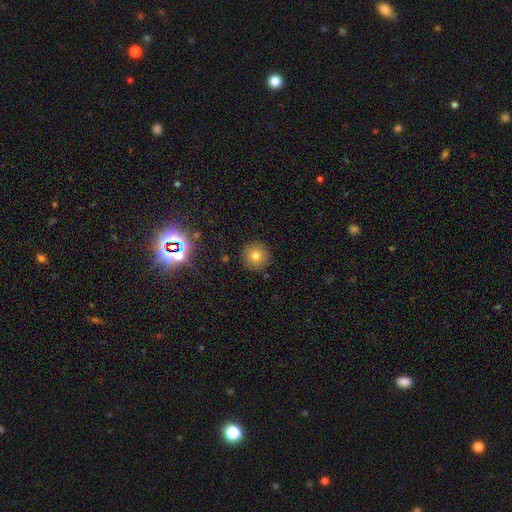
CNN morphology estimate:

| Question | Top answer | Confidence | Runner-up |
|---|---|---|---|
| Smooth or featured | smooth | 76% | star or artifact (14%) |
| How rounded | round | 96% | in between (3%) |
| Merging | none | 90% | minor disturbance (6%) |